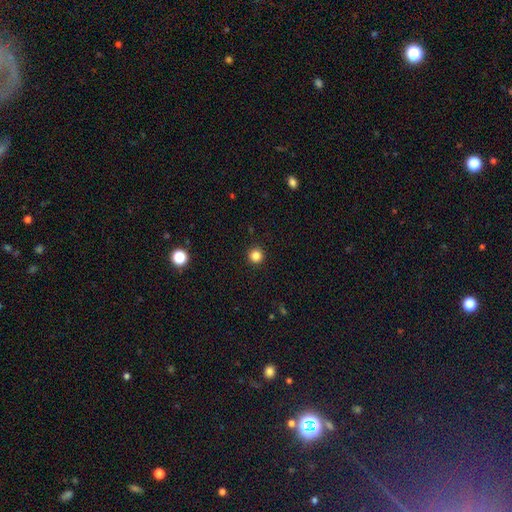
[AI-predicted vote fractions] Overall: smooth (84%). How rounded: round (96%). Merging: none (93%).